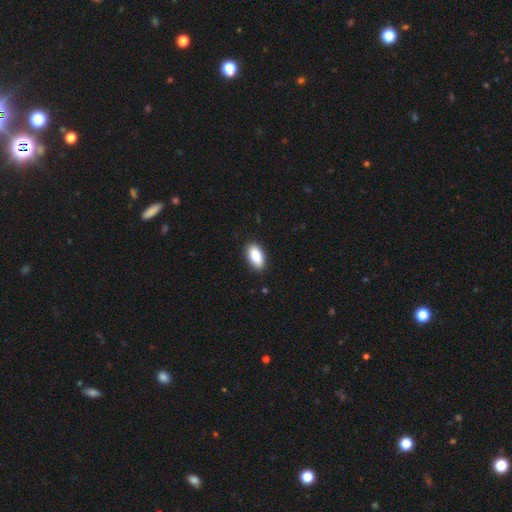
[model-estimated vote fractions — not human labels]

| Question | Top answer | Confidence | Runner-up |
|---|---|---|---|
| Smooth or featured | smooth | 86% | featured or disk (7%) |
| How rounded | in between | 93% | cigar-shaped (4%) |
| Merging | none | 88% | minor disturbance (9%) |